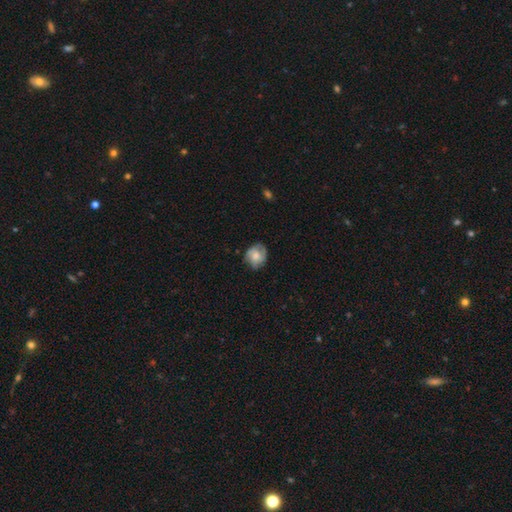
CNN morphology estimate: Smooth or featured: smooth — 48% (featured or disk — 45%)
Merging: none — 68% (minor disturbance — 23%)